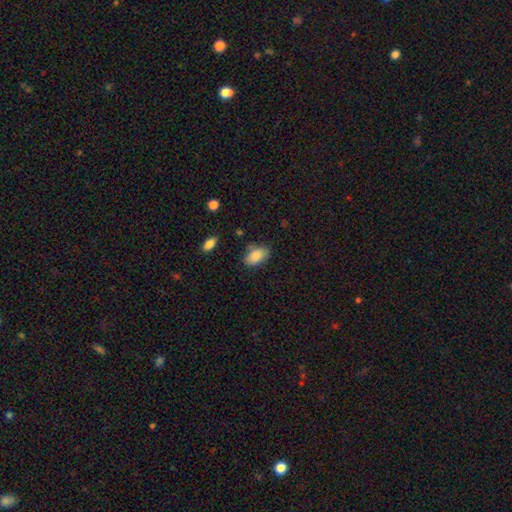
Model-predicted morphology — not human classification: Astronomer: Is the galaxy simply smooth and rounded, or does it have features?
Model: smooth — 86%.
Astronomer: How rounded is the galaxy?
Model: in between — 90%.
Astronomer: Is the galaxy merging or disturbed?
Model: none — 72%.